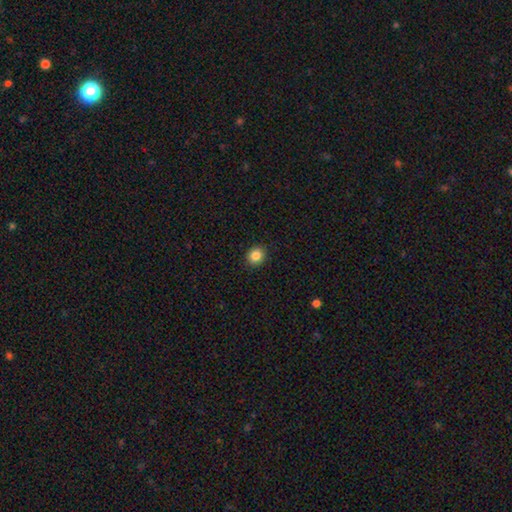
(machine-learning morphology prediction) Smooth or featured? Predicted: smooth (p=0.85). How rounded? Predicted: round (p=0.80). Merging? Predicted: none (p=0.92).